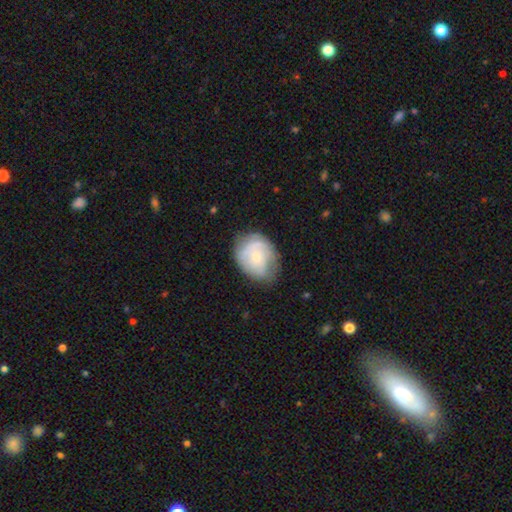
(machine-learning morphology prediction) A featured or disk galaxy (50%).

Vote fractions:
- Smooth or featured? featured or disk: 50% / smooth: 43% / star or artifact: 7%
- Edge-on disk? no: 97% / yes: 3%
- Merging? none: 58% / minor disturbance: 29% / major disturbance: 11% / merger: 2%